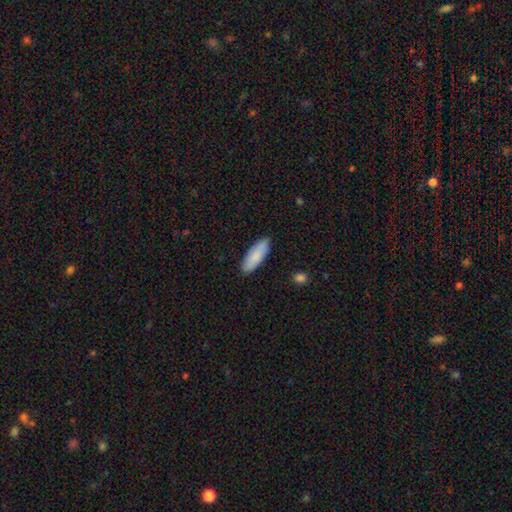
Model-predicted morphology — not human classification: smooth_or_featured: smooth (p=0.86) [alt: featured or disk p=0.09]
how_rounded: in between (p=0.63) [alt: cigar-shaped p=0.36]
merging: none (p=0.87) [alt: minor disturbance p=0.10]